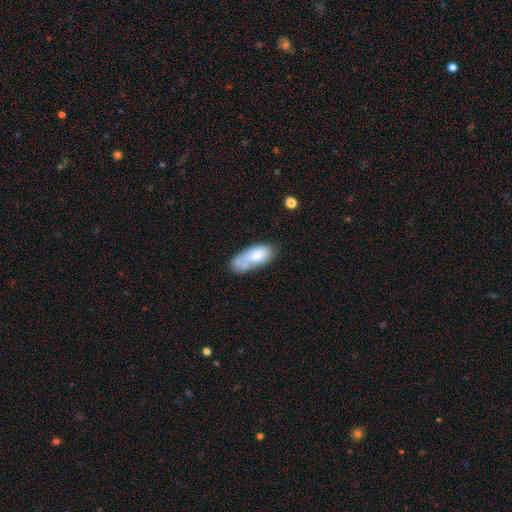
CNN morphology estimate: Smooth or featured?
  - smooth: 74% *
  - featured or disk: 20%
  - star or artifact: 7%
How rounded?
  - in between: 86% *
  - cigar-shaped: 12%
  - round: 3%
Merging?
  - none: 36% *
  - minor disturbance: 26%
  - merger: 23%
  - major disturbance: 15%